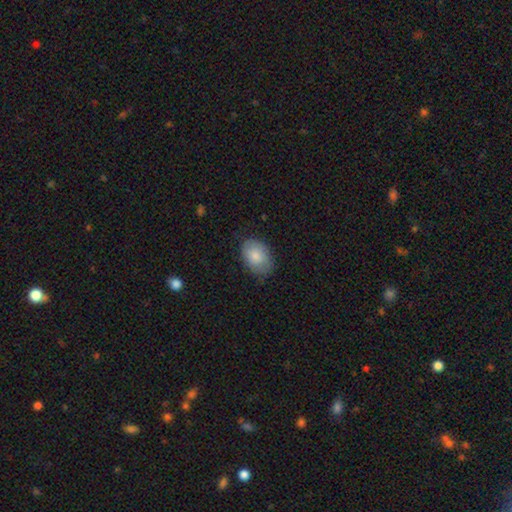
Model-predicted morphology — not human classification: Smooth or featured?
  - smooth: 81% *
  - featured or disk: 12%
  - star or artifact: 6%
How rounded?
  - in between: 85% *
  - round: 14%
  - cigar-shaped: 1%
Merging?
  - none: 73% *
  - minor disturbance: 21%
  - major disturbance: 5%
  - merger: 1%